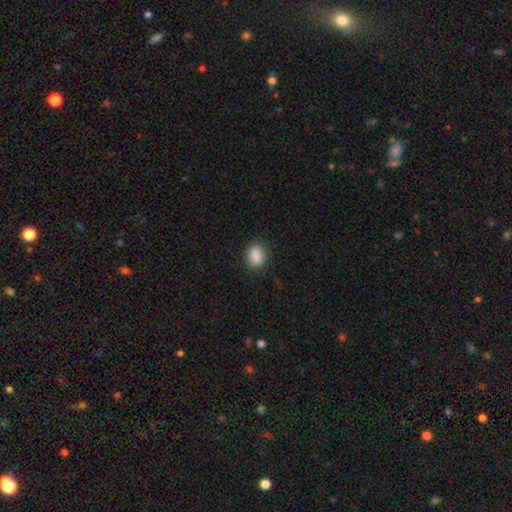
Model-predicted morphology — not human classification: This appears to be a smooth galaxy with no disk features (88%) that is in between round and cigar-shaped (67%). Merging: none (85%).